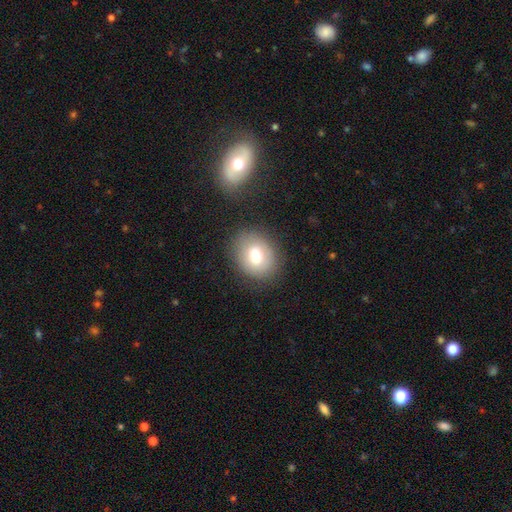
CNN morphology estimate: This is likely a smooth galaxy (75%). How rounded: possibly in between (51%). Merging: likely none (80%).